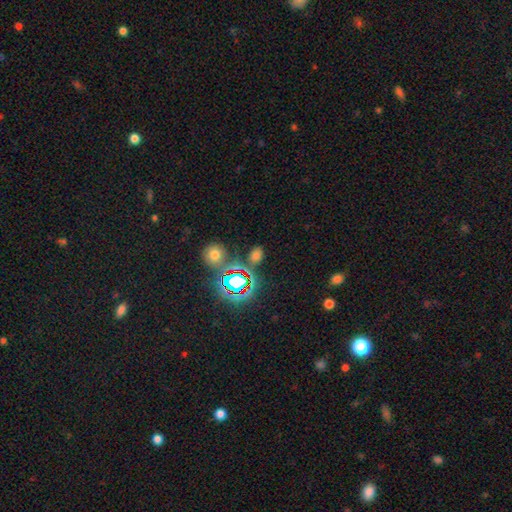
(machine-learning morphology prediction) This is possibly a smooth galaxy (56%). How rounded: likely in between (65%). Merging: likely none (74%).